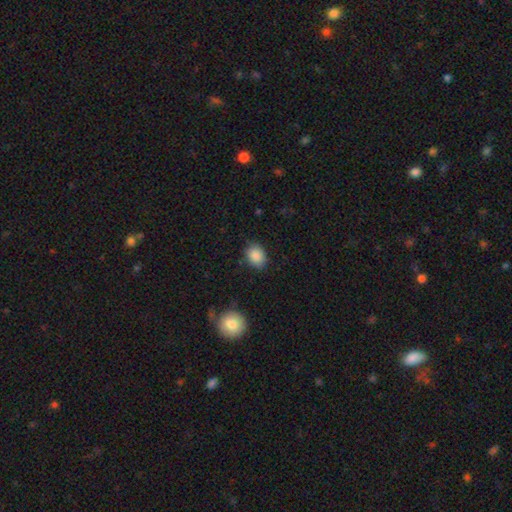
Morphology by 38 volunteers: A smooth galaxy with no disk features (92%) that is in between round and cigar-shaped (69%).

Vote fractions:
- Smooth or featured? smooth: 92% / star or artifact: 5% / featured or disk: 3%
- How rounded? in between: 69% / round: 31% / cigar-shaped: 0%
- Merging? none: 89% / minor disturbance: 8% / major disturbance: 3% / merger: 0%